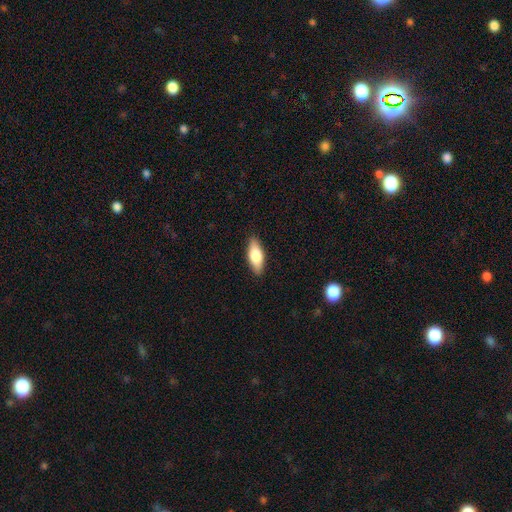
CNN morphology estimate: type=smooth (72%); roundness=in between (75%); merging=none (88%).